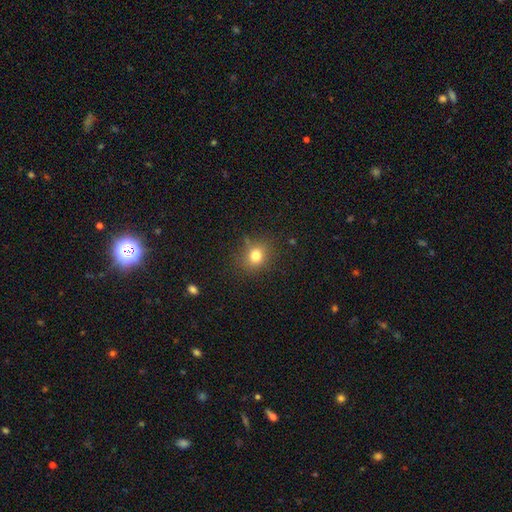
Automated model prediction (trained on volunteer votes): smooth-or-featured: smooth: 77% | star or artifact: 14% | featured or disk: 9%
  how-rounded: round: 71% | in between: 28% | cigar-shaped: 1%
  merging: none: 81% | minor disturbance: 13% | major disturbance: 4% | merger: 2%